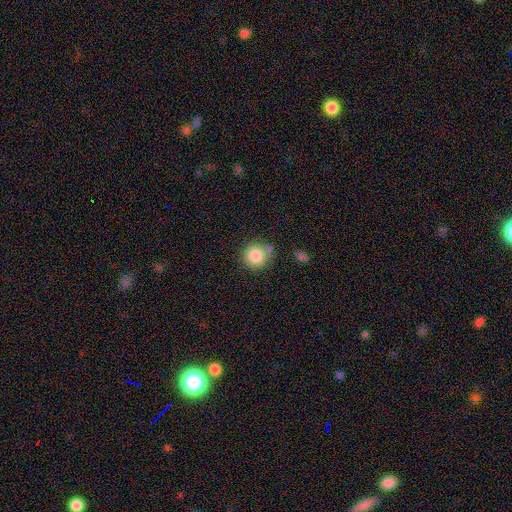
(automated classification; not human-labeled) A smooth galaxy with no disk features (85%) that is round (93%). Merging: none (73%).